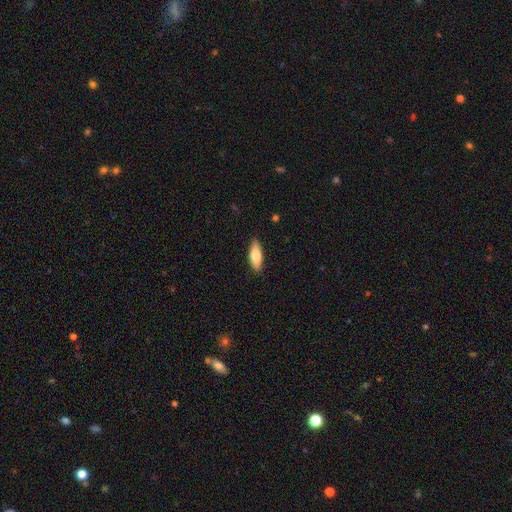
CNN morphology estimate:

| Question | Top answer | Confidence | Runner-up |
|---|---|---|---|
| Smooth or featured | smooth | 74% | featured or disk (20%) |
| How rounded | in between | 71% | cigar-shaped (26%) |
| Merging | none | 87% | minor disturbance (10%) |